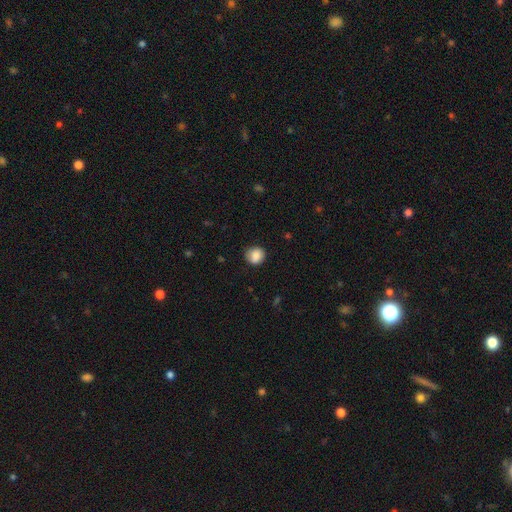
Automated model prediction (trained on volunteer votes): This is clearly a smooth galaxy (86%). How rounded: clearly round (82%). Merging: clearly none (80%).